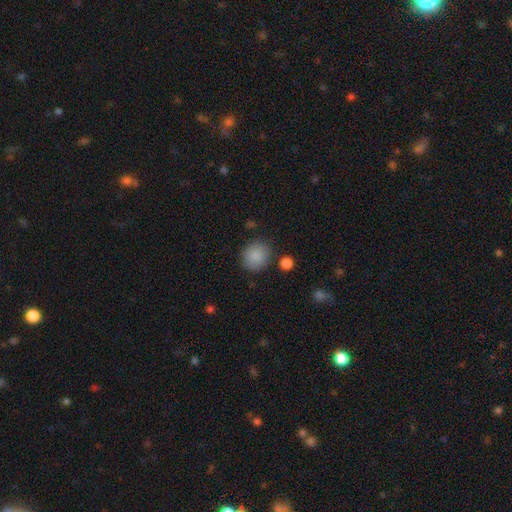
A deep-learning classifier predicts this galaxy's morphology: Overall: smooth (87%). How rounded: round (82%). Merging: none (82%).